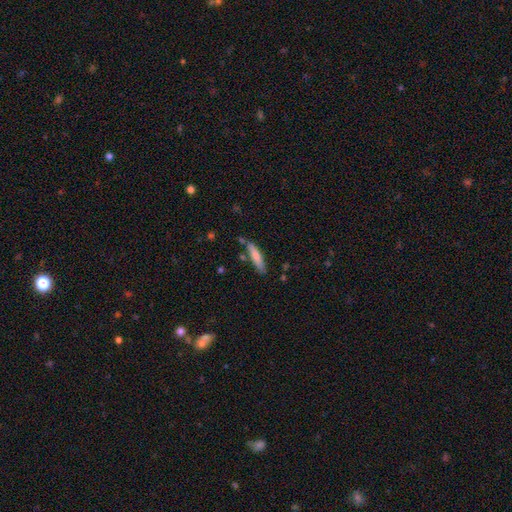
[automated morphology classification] This appears to be a smooth galaxy with no disk features (74%) that is cigar-shaped (82%). Merging: none (75%).